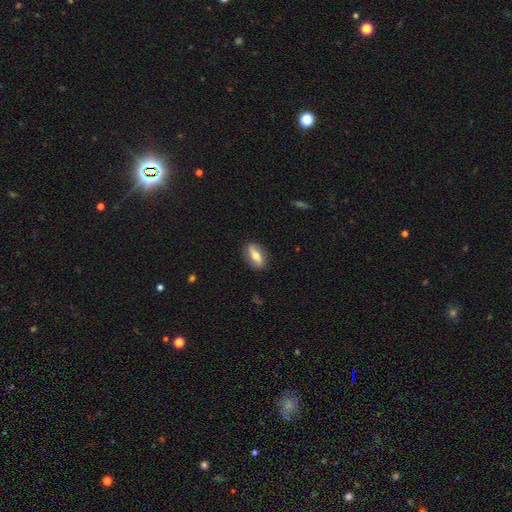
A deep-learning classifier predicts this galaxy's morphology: Smooth or featured? Predicted: smooth (p=0.53). How rounded? Predicted: in between (p=0.75). Merging? Predicted: none (p=0.86).